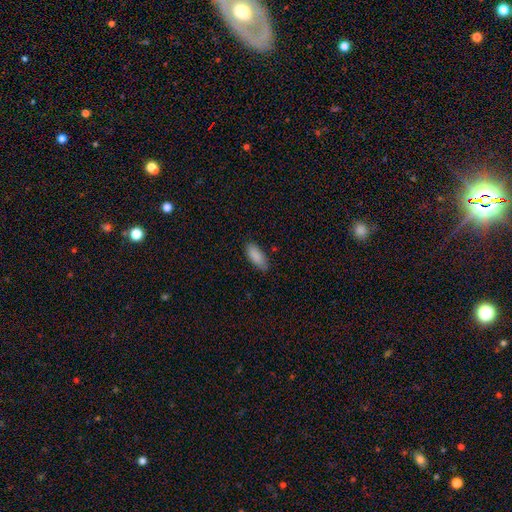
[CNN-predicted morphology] smooth_or_featured: smooth (p=0.88) [alt: star or artifact p=0.06]
how_rounded: in between (p=0.79) [alt: cigar-shaped p=0.20]
merging: none (p=0.81) [alt: minor disturbance p=0.15]